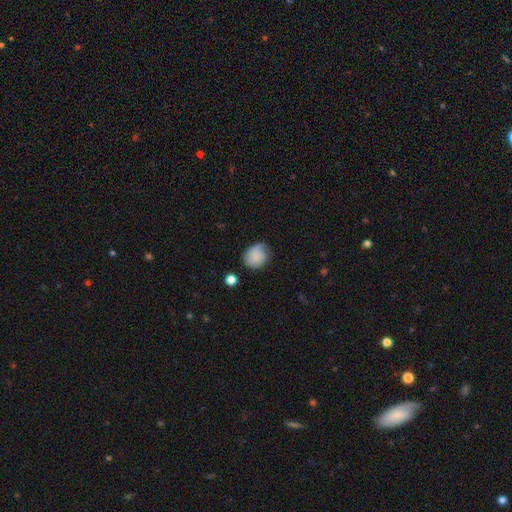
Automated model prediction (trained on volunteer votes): Smooth or featured?
  - smooth: 79% *
  - featured or disk: 13%
  - star or artifact: 8%
How rounded?
  - round: 68% *
  - in between: 31%
  - cigar-shaped: 1%
Merging?
  - none: 60% *
  - minor disturbance: 29%
  - major disturbance: 8%
  - merger: 2%